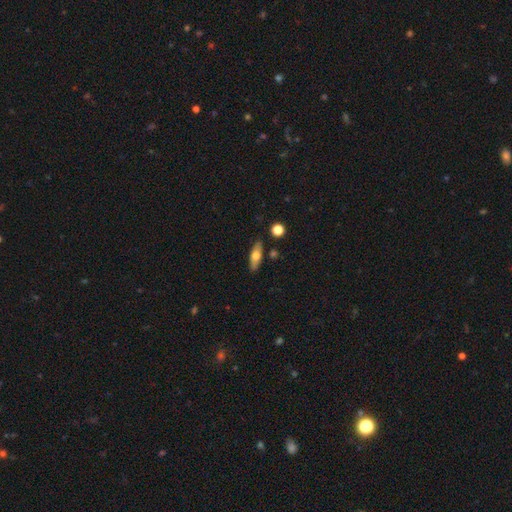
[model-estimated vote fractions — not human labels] A smooth galaxy with no disk features (59%) that is in between round and cigar-shaped (54%). Merging: none (85%).